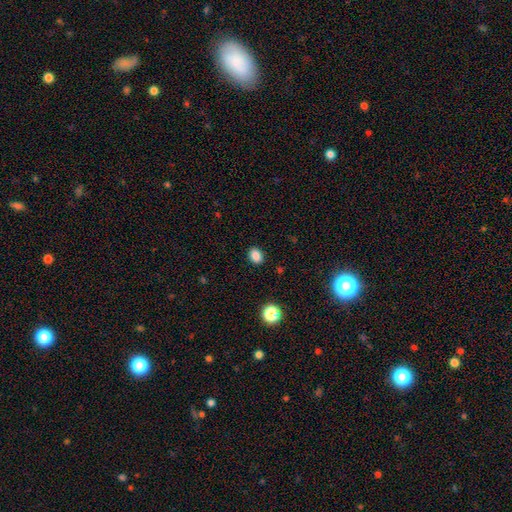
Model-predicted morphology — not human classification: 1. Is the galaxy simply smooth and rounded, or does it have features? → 85% smooth, 11% star or artifact, 4% featured or disk.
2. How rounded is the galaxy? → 63% in between, 37% round, 1% cigar-shaped.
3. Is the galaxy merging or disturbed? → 89% none, 8% minor disturbance, 2% major disturbance, 1% merger.